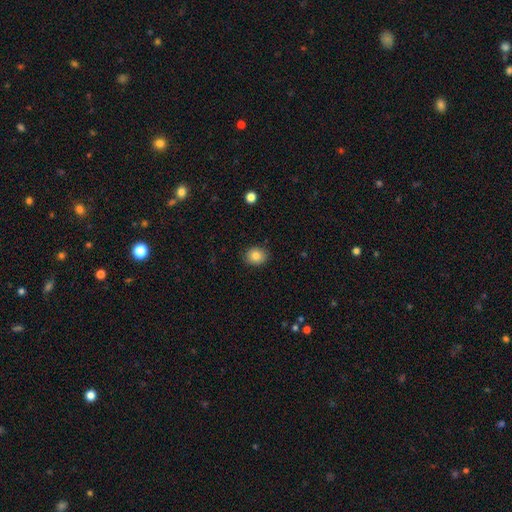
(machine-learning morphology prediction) type=smooth (83%); roundness=round (63%); merging=none (88%).